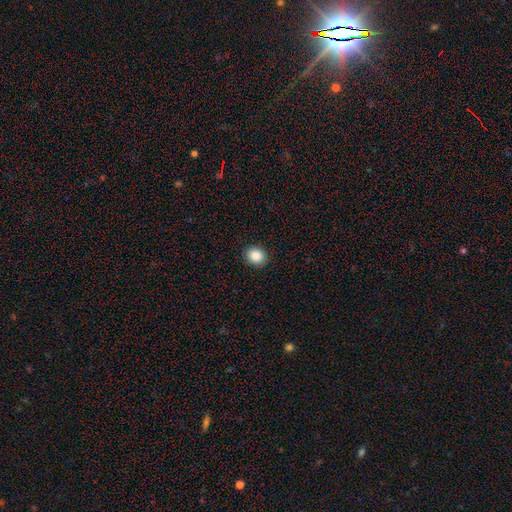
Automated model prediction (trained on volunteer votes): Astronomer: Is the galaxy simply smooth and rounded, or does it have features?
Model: smooth — 87%.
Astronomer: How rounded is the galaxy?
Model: round — 64%.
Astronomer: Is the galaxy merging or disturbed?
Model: none — 91%.